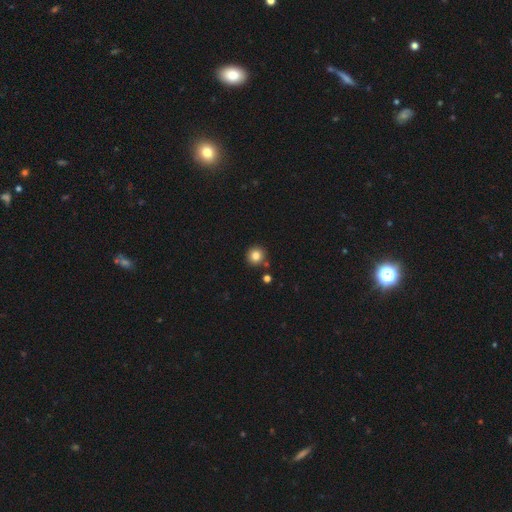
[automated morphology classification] A smooth galaxy with no disk features (83%) that is round (93%).

Vote fractions:
- Smooth or featured? smooth: 83% / star or artifact: 11% / featured or disk: 6%
- How rounded? round: 93% / in between: 6% / cigar-shaped: 1%
- Merging? none: 85% / minor disturbance: 7% / merger: 6% / major disturbance: 2%